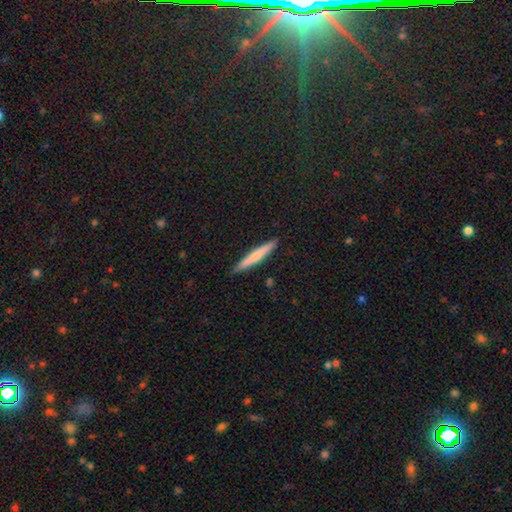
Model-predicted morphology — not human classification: Q: Smooth or featured?
A: smooth (64%); runner-up: featured or disk (30%)
Q: How rounded?
A: cigar-shaped (95%); runner-up: in between (4%)
Q: Merging?
A: none (89%); runner-up: minor disturbance (8%)